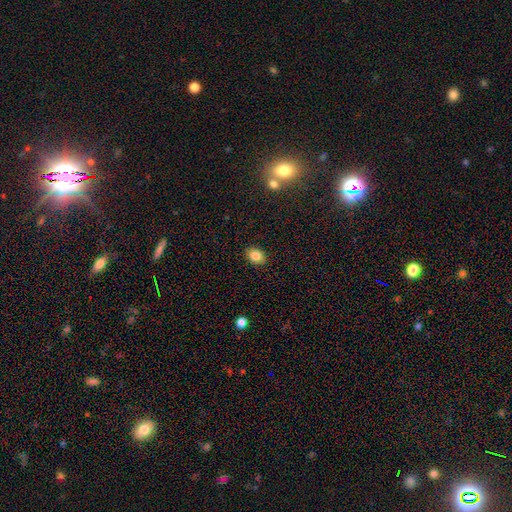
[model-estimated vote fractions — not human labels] A smooth galaxy with no disk features (84%) that is in between round and cigar-shaped (68%). Merging: none (89%).